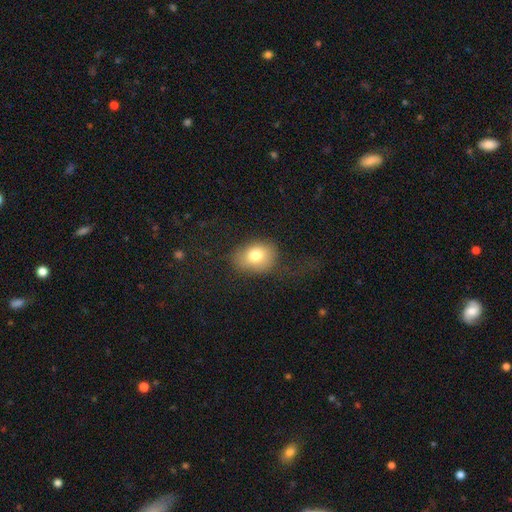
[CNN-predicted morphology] smooth-or-featured: smooth: 78% | featured or disk: 13% | star or artifact: 10%
  how-rounded: in between: 60% | round: 38% | cigar-shaped: 1%
  merging: none: 61% | minor disturbance: 22% | major disturbance: 15% | merger: 2%